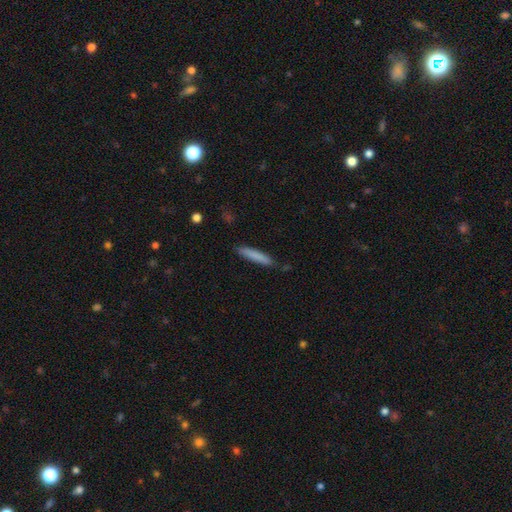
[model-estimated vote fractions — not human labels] Smooth or featured? Predicted: smooth (p=0.81). How rounded? Predicted: cigar-shaped (p=0.92). Merging? Predicted: none (p=0.84).